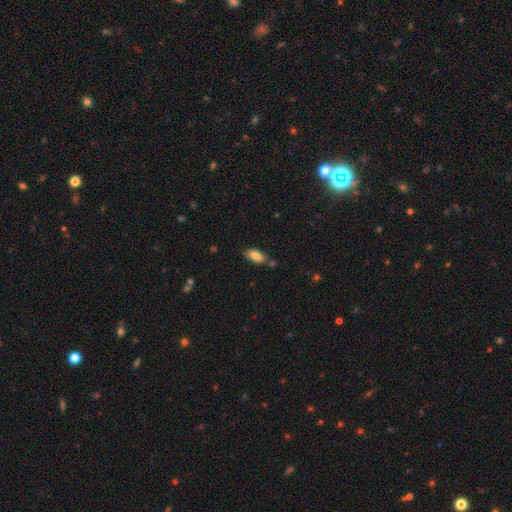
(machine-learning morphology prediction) type=smooth (84%); roundness=in between (88%); merging=none (74%).